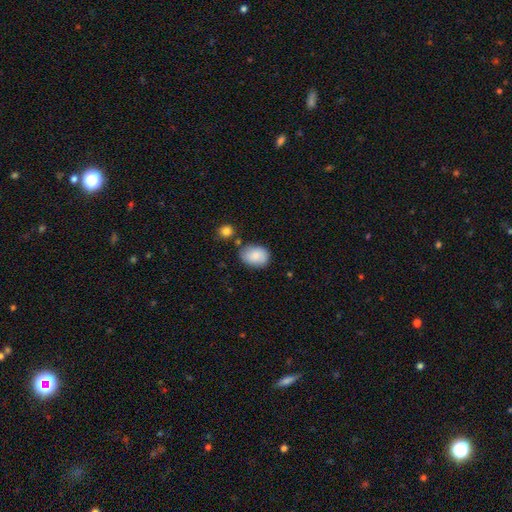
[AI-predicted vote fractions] Morphology: type=smooth (85%); roundness=in between (70%); merging=none (74%).